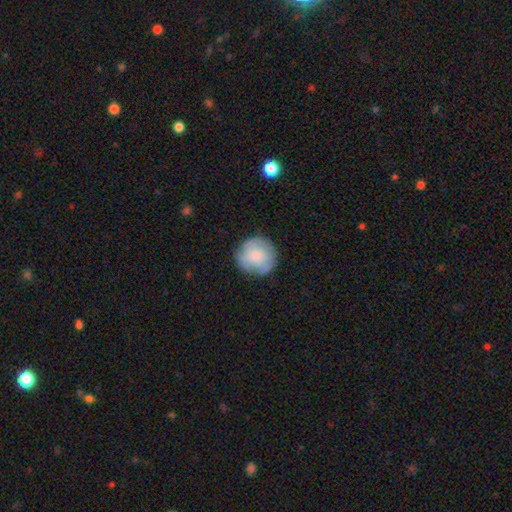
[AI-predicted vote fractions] Morphology: type=smooth (70%); roundness=round (93%); merging=none (76%).